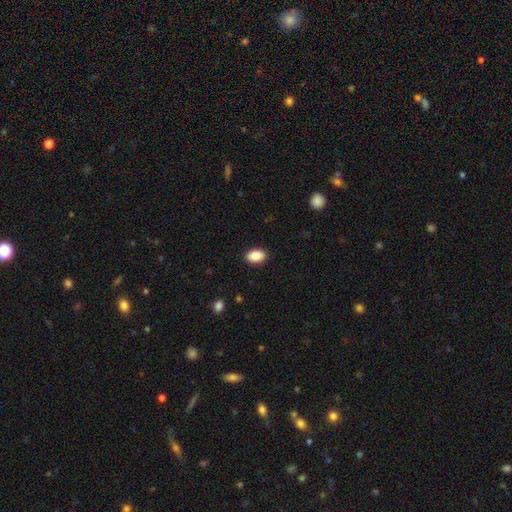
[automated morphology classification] A smooth galaxy with no disk features (88%) that is in between round and cigar-shaped (91%).

Vote fractions:
- Smooth or featured? smooth: 88% / star or artifact: 7% / featured or disk: 5%
- How rounded? in between: 91% / round: 7% / cigar-shaped: 2%
- Merging? none: 90% / minor disturbance: 8% / major disturbance: 2% / merger: 1%